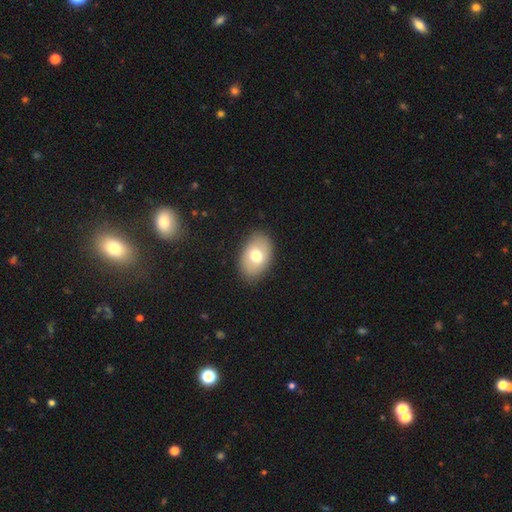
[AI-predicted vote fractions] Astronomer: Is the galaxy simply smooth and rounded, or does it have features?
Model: smooth — 70%.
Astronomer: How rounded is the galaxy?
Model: in between — 86%.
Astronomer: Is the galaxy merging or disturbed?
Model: none — 85%.